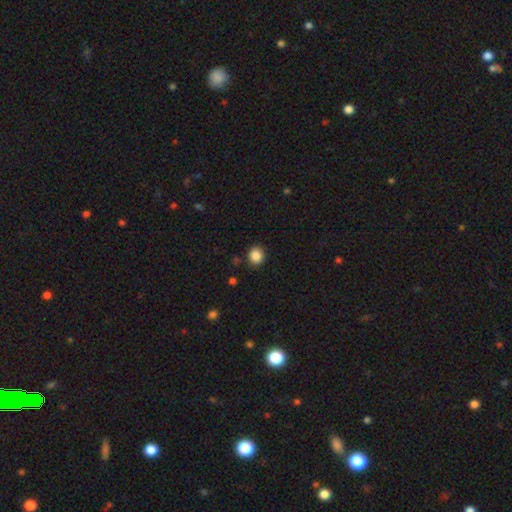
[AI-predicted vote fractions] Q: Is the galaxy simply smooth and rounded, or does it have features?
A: smooth — 87%.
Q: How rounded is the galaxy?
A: round — 77%.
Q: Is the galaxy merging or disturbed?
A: none — 88%.